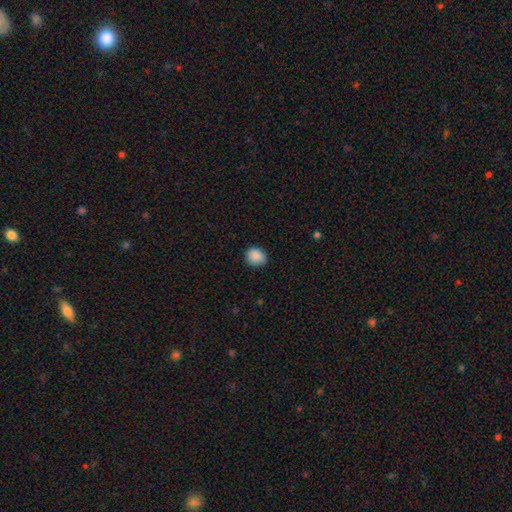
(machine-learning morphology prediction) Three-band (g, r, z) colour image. It shows a smooth galaxy with no disk features (89%) that is round (63%). Merging: none (83%).